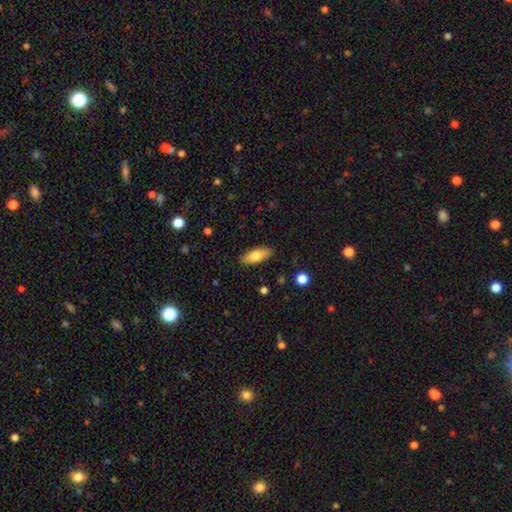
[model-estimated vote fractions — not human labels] smooth 74%, featured or disk 20%, star or artifact 6%. Down the decision tree: how rounded — in between (75%); merging — none (88%).